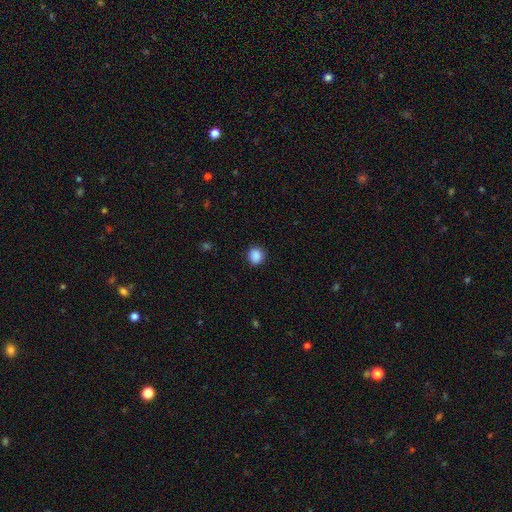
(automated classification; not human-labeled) Smooth or featured: smooth — 88% (star or artifact — 9%)
How rounded: round — 82% (in between — 17%)
Merging: none — 88% (minor disturbance — 8%)